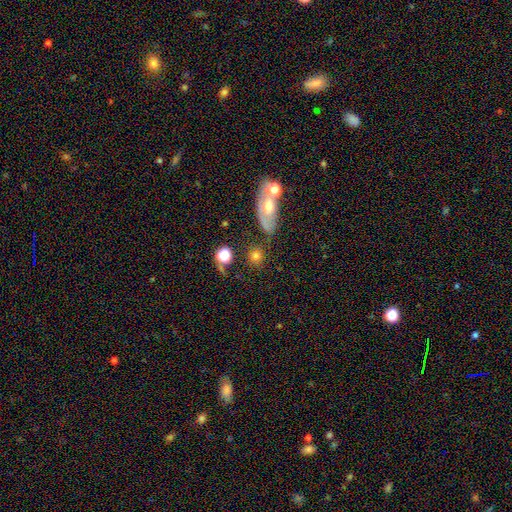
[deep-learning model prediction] Smooth or featured? Predicted: smooth (p=0.73). How rounded? Predicted: round (p=0.81). Merging? Predicted: none (p=0.69).